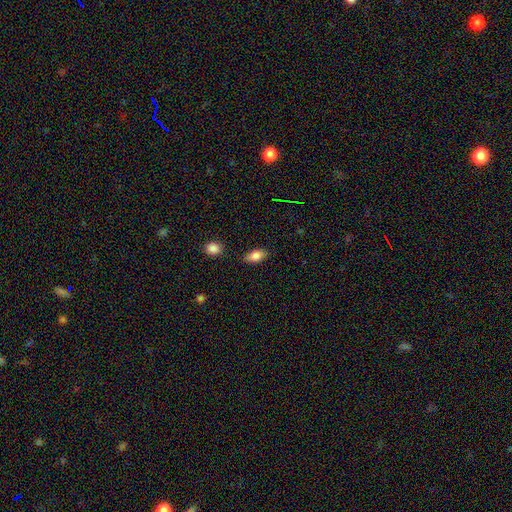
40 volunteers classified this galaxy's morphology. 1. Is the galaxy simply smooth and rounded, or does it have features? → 85% smooth, 12% star or artifact, 2% featured or disk.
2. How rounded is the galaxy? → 91% in between, 6% cigar-shaped, 3% round.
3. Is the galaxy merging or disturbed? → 89% none, 6% minor disturbance, 6% merger, 0% major disturbance.